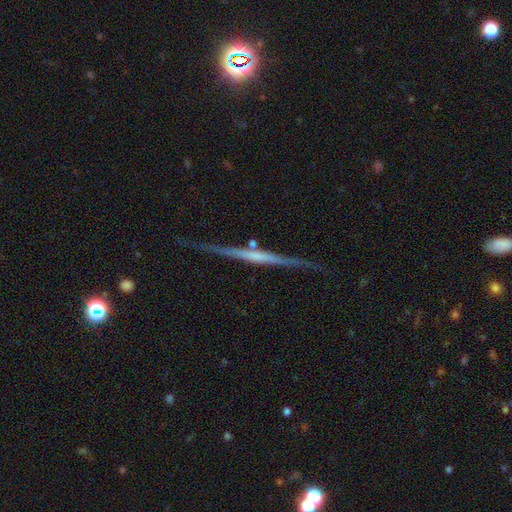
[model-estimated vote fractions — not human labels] A featured or disk galaxy (75%) viewed edge-on (97%) with no central bulge (60%). Merging: none (83%).